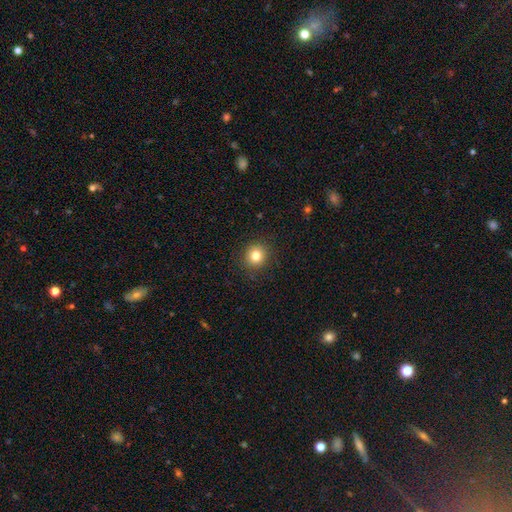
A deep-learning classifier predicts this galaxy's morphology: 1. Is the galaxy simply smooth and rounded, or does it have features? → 81% smooth, 12% star or artifact, 7% featured or disk.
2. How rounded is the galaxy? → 91% round, 8% in between, 1% cigar-shaped.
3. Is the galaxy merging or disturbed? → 91% none, 6% minor disturbance, 2% major disturbance, 1% merger.